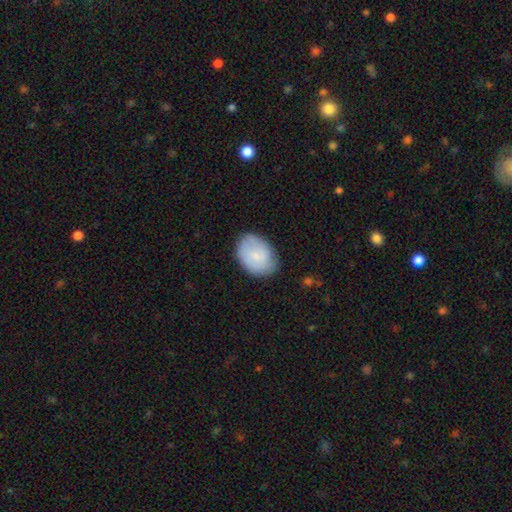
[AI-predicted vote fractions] A smooth galaxy with no disk features (77%) that is in between round and cigar-shaped (76%).

Vote fractions:
- Smooth or featured? smooth: 77% / featured or disk: 17% / star or artifact: 6%
- How rounded? in between: 76% / round: 23% / cigar-shaped: 1%
- Merging? none: 73% / minor disturbance: 21% / major disturbance: 5% / merger: 1%